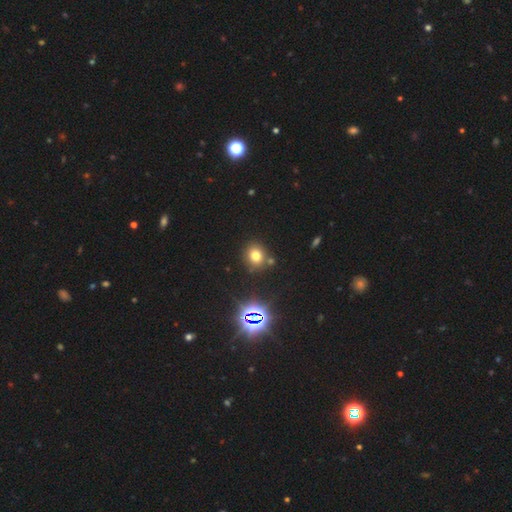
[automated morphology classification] Smooth or featured?
  - smooth: 69% *
  - star or artifact: 23%
  - featured or disk: 8%
How rounded?
  - round: 74% *
  - in between: 25%
  - cigar-shaped: 1%
Merging?
  - none: 79% *
  - minor disturbance: 9%
  - merger: 8%
  - major disturbance: 3%